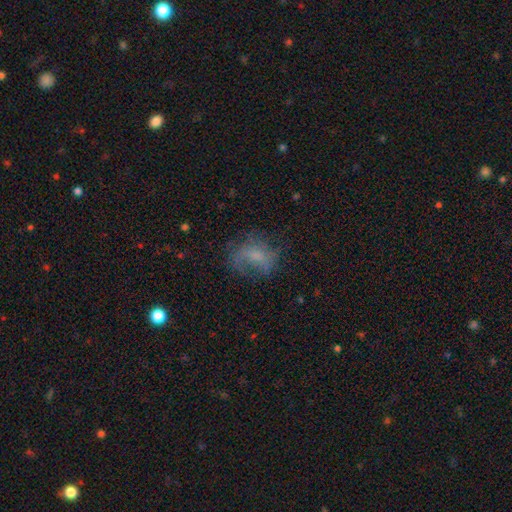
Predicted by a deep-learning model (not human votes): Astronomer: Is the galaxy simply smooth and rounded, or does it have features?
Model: smooth — 49% (runner-up: featured or disk, 38%).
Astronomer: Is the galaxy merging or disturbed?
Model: none — 50%.